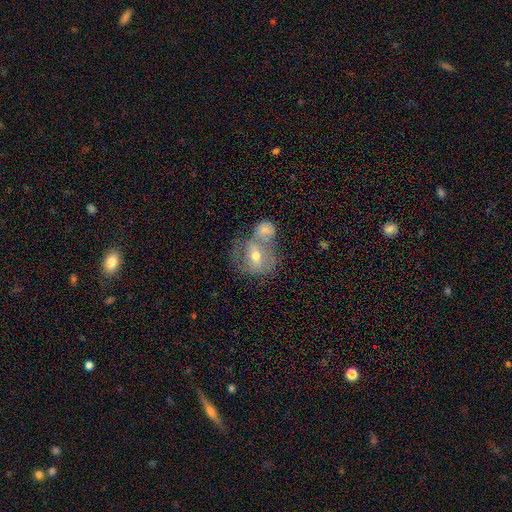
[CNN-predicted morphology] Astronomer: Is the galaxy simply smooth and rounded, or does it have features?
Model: featured or disk — 50% (runner-up: smooth, 39%).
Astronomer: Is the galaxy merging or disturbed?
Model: merger — 55%.